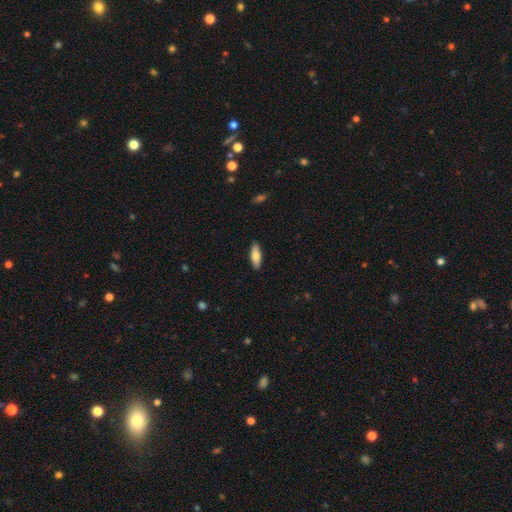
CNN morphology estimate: smooth 76%, featured or disk 18%, star or artifact 6%. Down the decision tree: how rounded — in between (63%); merging — none (90%).